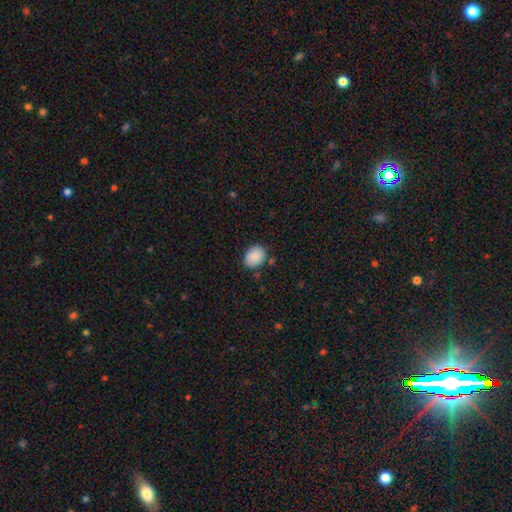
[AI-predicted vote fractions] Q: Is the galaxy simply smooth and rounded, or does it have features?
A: smooth — 89%.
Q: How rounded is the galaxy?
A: in between — 53%.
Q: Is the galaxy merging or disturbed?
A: none — 78%.